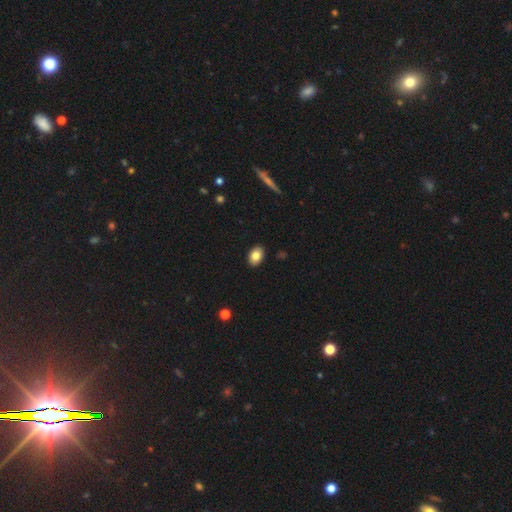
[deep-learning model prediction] smooth-or-featured: smooth: 84% | featured or disk: 8% | star or artifact: 8%
  how-rounded: in between: 86% | round: 13% | cigar-shaped: 1%
  merging: none: 90% | minor disturbance: 7% | major disturbance: 2% | merger: 1%